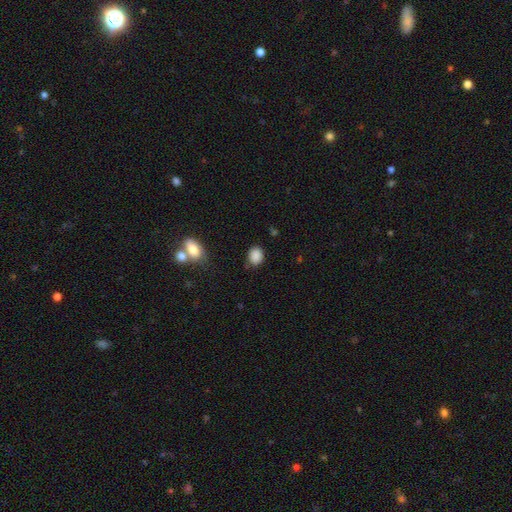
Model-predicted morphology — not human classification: Q: Smooth or featured?
A: smooth (87%); runner-up: star or artifact (9%)
Q: How rounded?
A: in between (51%); runner-up: round (48%)
Q: Merging?
A: none (78%); runner-up: minor disturbance (15%)